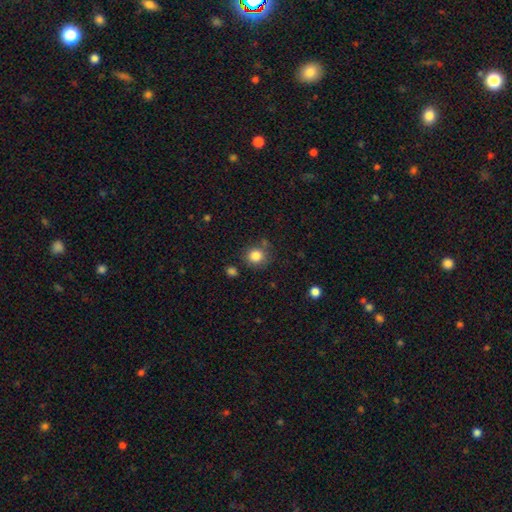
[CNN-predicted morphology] A smooth galaxy with no disk features (84%) that is round (87%).

Vote fractions:
- Smooth or featured? smooth: 84% / star or artifact: 11% / featured or disk: 6%
- How rounded? round: 87% / in between: 12% / cigar-shaped: 1%
- Merging? none: 76% / minor disturbance: 13% / merger: 6% / major disturbance: 4%